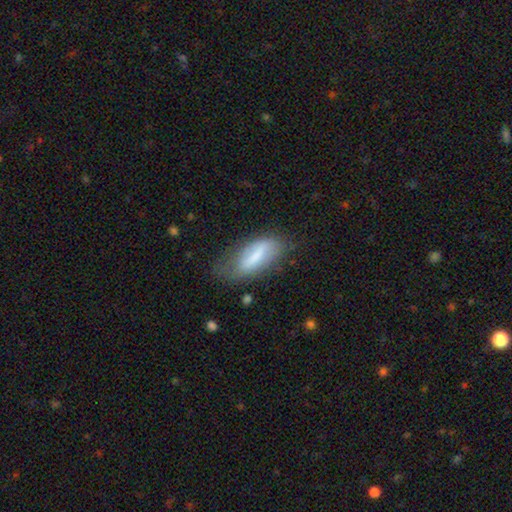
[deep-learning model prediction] Smooth or featured? smooth (62%)
How rounded? in between (67%)
Merging? none (56%)